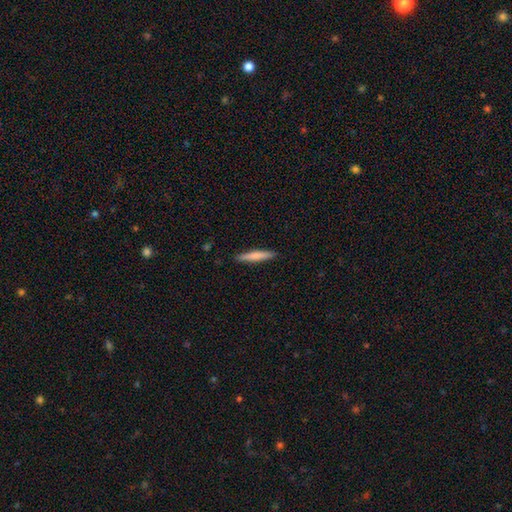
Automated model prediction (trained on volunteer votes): smooth_or_featured: smooth (p=0.73) [alt: featured or disk p=0.22]
how_rounded: cigar-shaped (p=0.92) [alt: in between p=0.07]
merging: none (p=0.90) [alt: minor disturbance p=0.07]